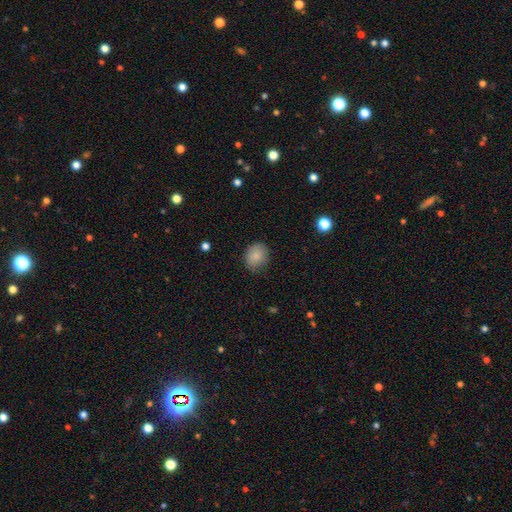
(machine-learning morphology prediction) This is clearly a smooth galaxy (86%). How rounded: likely round (65%). Merging: likely none (78%).